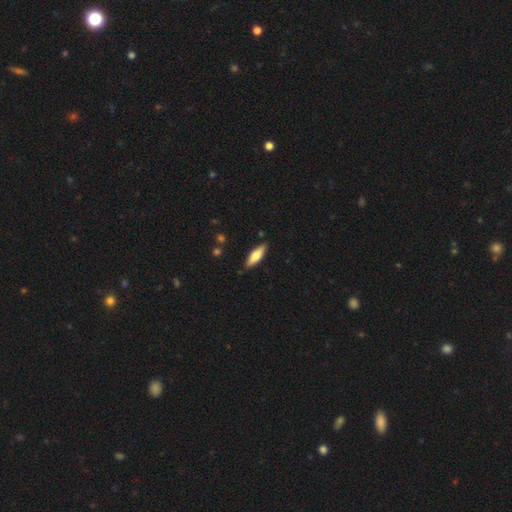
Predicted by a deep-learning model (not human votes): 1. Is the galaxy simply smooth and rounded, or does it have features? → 68% smooth, 26% featured or disk, 6% star or artifact.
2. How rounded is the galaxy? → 51% cigar-shaped, 48% in between, 2% round.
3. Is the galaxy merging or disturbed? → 86% none, 11% minor disturbance, 2% major disturbance, 2% merger.